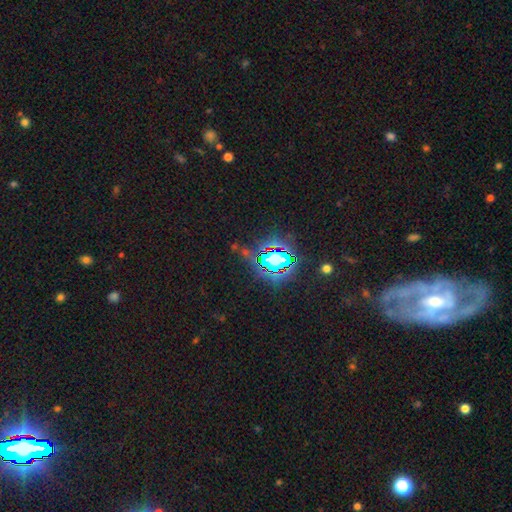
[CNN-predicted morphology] Smooth or featured? star or artifact (58%)